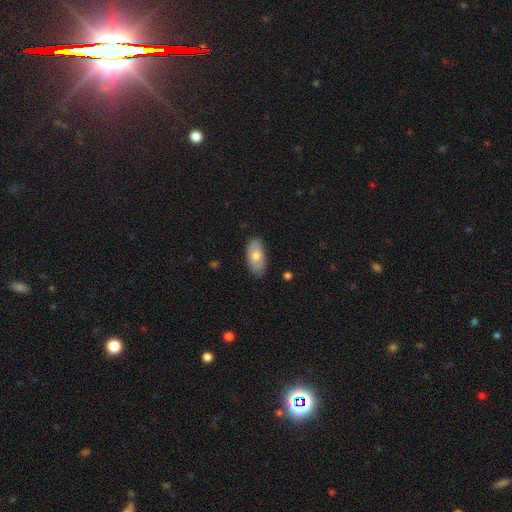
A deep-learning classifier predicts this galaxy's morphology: A smooth galaxy with no disk features (71%) that is in between round and cigar-shaped (93%).

Vote fractions:
- Smooth or featured? smooth: 71% / featured or disk: 23% / star or artifact: 6%
- How rounded? in between: 93% / cigar-shaped: 4% / round: 3%
- Merging? none: 84% / minor disturbance: 13% / major disturbance: 2% / merger: 1%